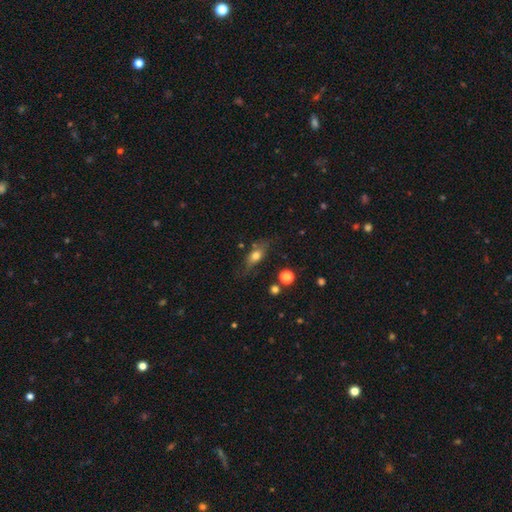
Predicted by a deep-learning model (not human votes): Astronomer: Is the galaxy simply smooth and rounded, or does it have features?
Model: smooth — 66%.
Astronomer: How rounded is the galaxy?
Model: in between — 72%.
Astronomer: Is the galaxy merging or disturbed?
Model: none — 66%.